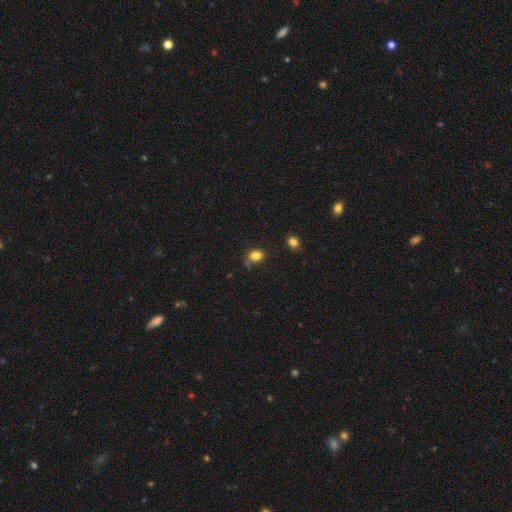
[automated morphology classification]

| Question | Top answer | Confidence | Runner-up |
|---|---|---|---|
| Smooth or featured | smooth | 83% | star or artifact (12%) |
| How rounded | in between | 59% | round (40%) |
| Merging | none | 73% | minor disturbance (16%) |